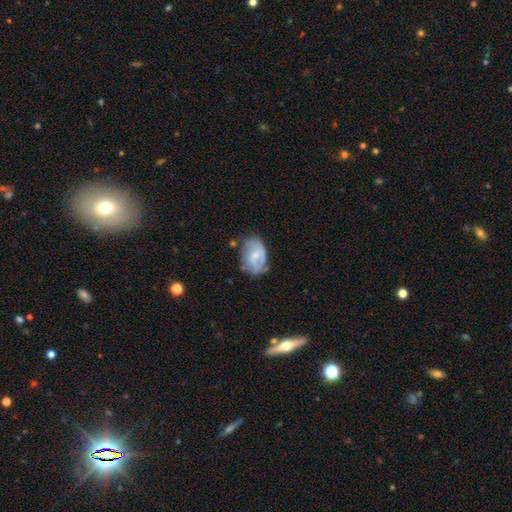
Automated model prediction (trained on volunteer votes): This is possibly a featured or disk galaxy (51%). It is clearly not viewed edge-on (96%). Merging: possibly none (55%).